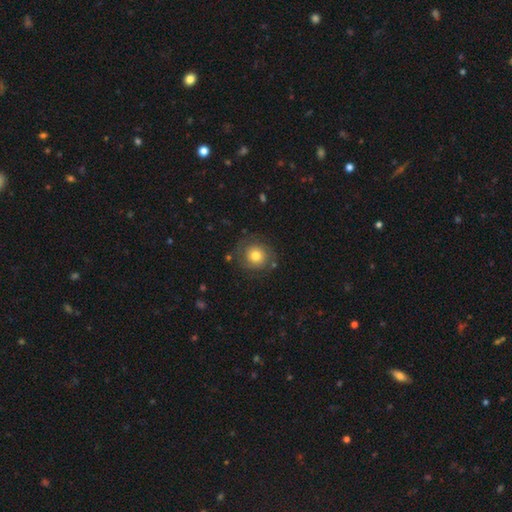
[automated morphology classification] Smooth or featured? Predicted: smooth (p=0.64). How rounded? Predicted: round (p=0.89). Merging? Predicted: none (p=0.78).